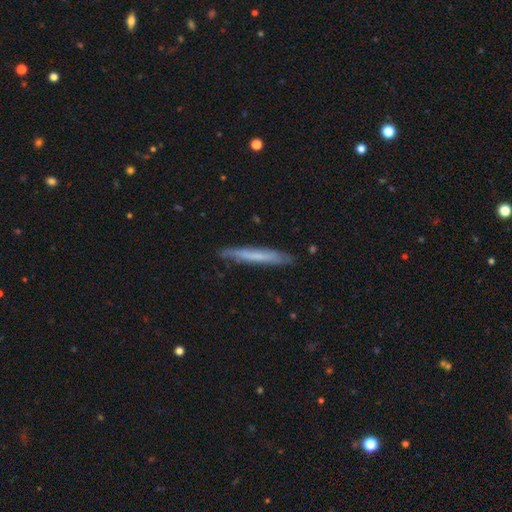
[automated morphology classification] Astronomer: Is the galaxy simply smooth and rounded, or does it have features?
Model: smooth — 55% (runner-up: featured or disk, 39%).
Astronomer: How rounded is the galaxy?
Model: cigar-shaped — 96%.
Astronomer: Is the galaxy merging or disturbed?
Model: none — 84%.